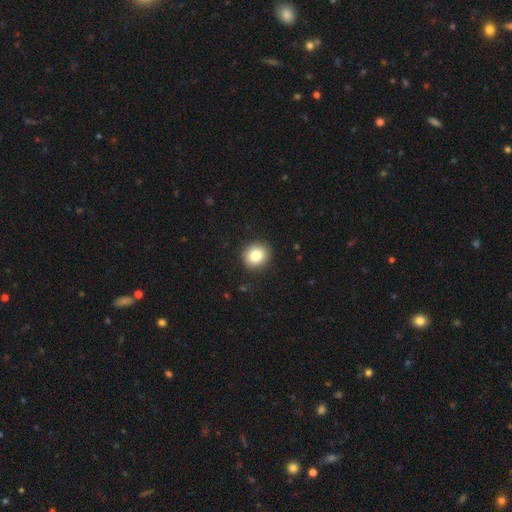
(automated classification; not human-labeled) This is clearly a smooth galaxy (82%). How rounded: clearly round (88%). Merging: clearly none (91%).